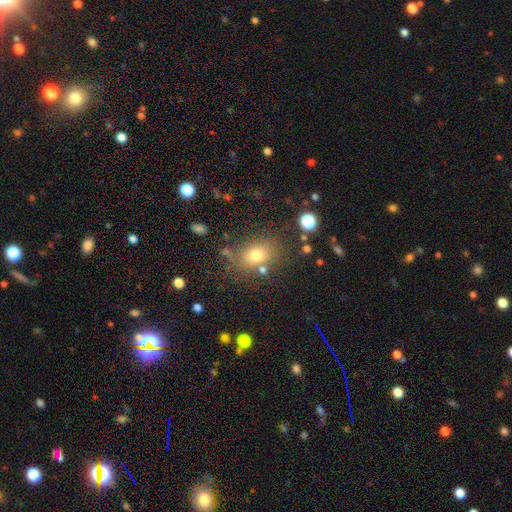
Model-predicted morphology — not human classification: Smooth or featured?
  - smooth: 73% *
  - star or artifact: 15%
  - featured or disk: 12%
How rounded?
  - in between: 70% *
  - round: 28%
  - cigar-shaped: 2%
Merging?
  - none: 74% *
  - minor disturbance: 13%
  - merger: 8%
  - major disturbance: 5%